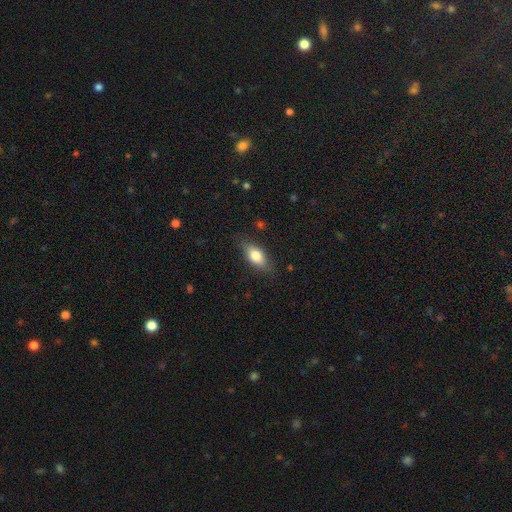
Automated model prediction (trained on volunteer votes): This is likely a smooth galaxy (72%). How rounded: likely in between (78%). Merging: clearly none (80%).